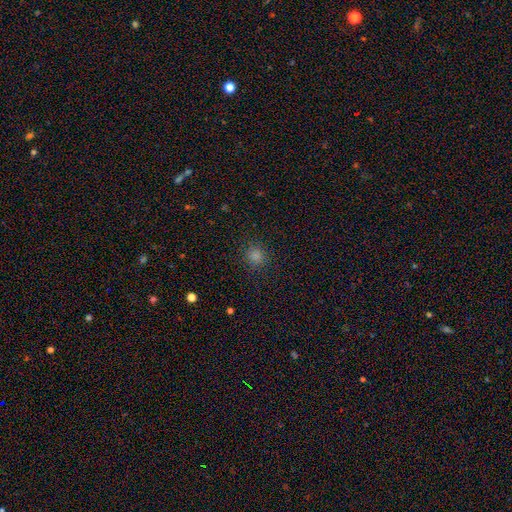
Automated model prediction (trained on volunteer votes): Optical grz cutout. It shows a smooth galaxy with no disk features (81%) that is round (87%). Merging: none (87%).